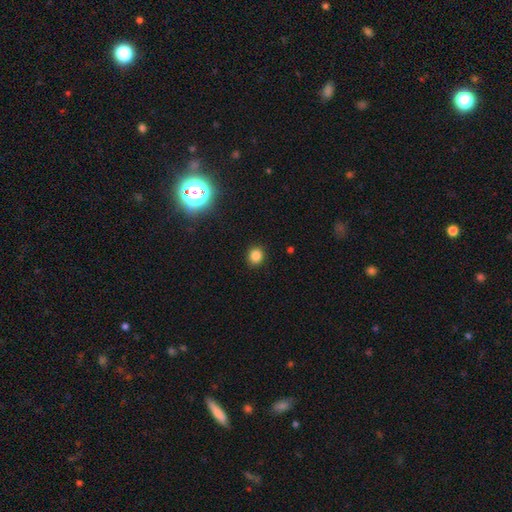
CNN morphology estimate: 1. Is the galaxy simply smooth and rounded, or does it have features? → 83% smooth, 13% star or artifact, 4% featured or disk.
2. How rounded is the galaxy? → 83% round, 16% in between, 1% cigar-shaped.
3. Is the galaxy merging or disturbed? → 91% none, 6% minor disturbance, 2% major disturbance, 1% merger.